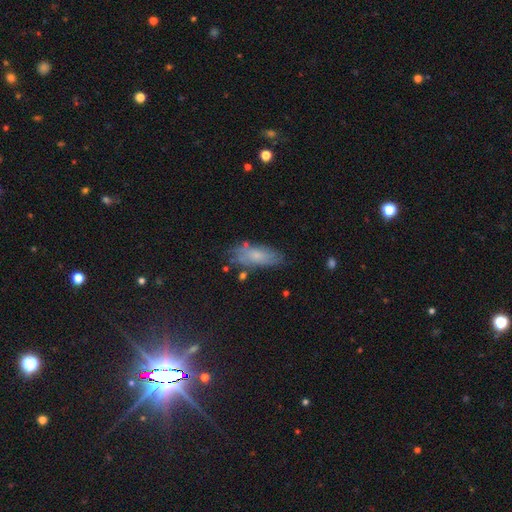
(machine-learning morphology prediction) A smooth galaxy with no disk features (55%) that is in between round and cigar-shaped (79%).

Vote fractions:
- Smooth or featured? smooth: 55% / featured or disk: 34% / star or artifact: 11%
- How rounded? in between: 79% / cigar-shaped: 18% / round: 3%
- Merging? none: 65% / minor disturbance: 24% / major disturbance: 7% / merger: 4%